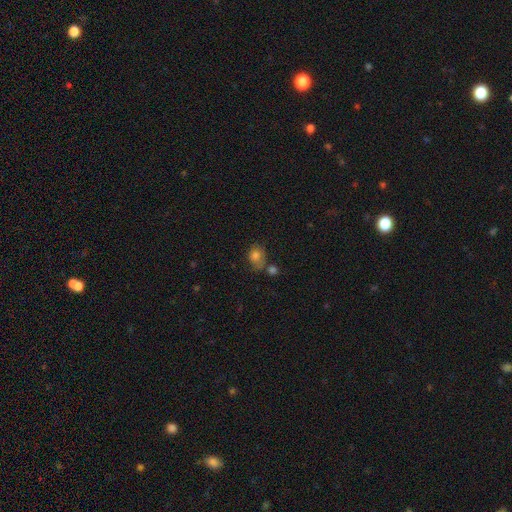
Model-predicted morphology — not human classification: A smooth galaxy with no disk features (79%) that is round (51%). Merging: none (46%).